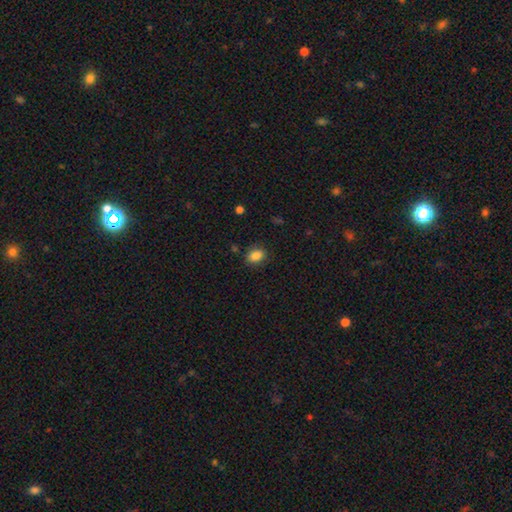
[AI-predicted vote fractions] Smooth or featured? Predicted: smooth (p=0.86). How rounded? Predicted: in between (p=0.72). Merging? Predicted: none (p=0.84).